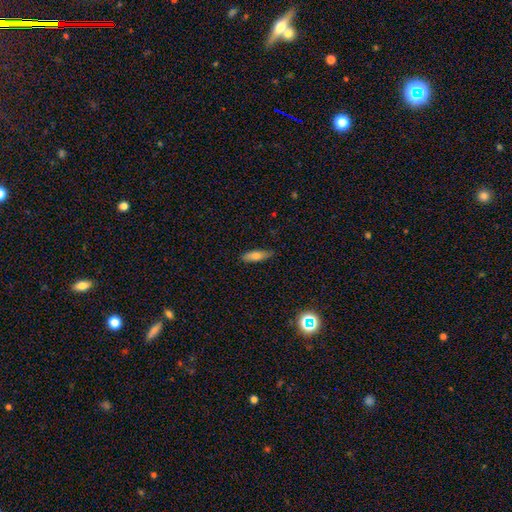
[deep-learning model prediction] Smooth or featured? Predicted: smooth (p=0.71). How rounded? Predicted: cigar-shaped (p=0.54). Merging? Predicted: none (p=0.84).